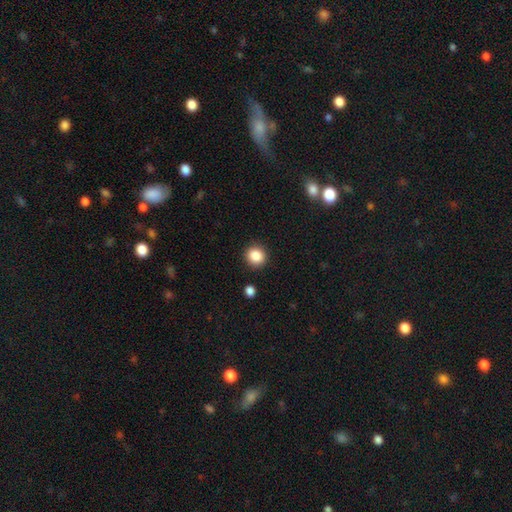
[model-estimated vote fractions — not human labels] smooth-or-featured: smooth: 86% | star or artifact: 10% | featured or disk: 4%
  how-rounded: round: 88% | in between: 11% | cigar-shaped: 1%
  merging: none: 90% | minor disturbance: 6% | major disturbance: 2% | merger: 2%